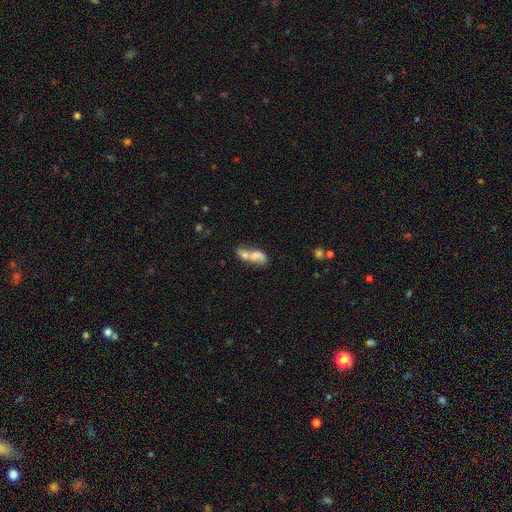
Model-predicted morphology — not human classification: type=smooth (55%); roundness=in between (74%); merging=merger (70%).